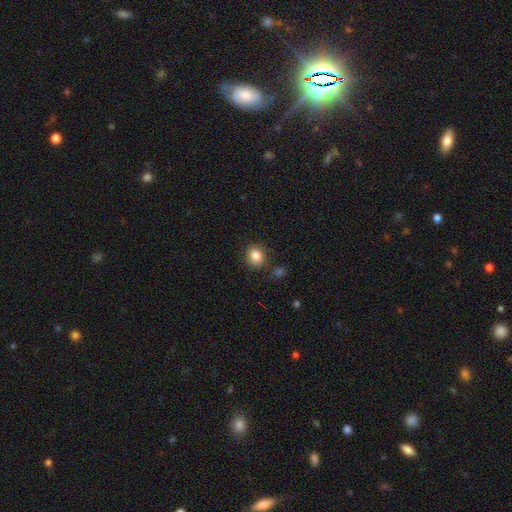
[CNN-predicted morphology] Smooth or featured? Predicted: smooth (p=0.85). How rounded? Predicted: round (p=0.71). Merging? Predicted: none (p=0.83).